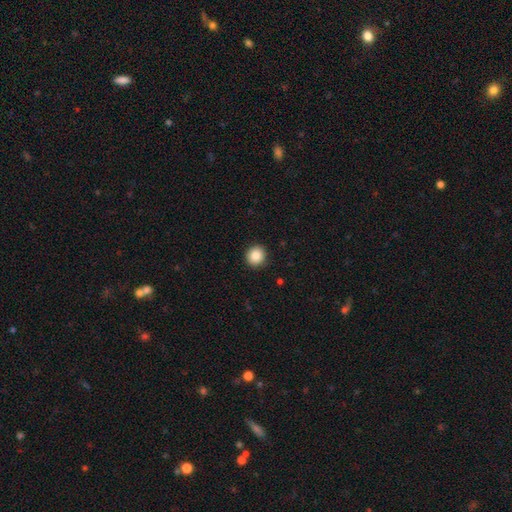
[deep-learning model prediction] Smooth or featured? Predicted: smooth (p=0.87). How rounded? Predicted: round (p=0.89). Merging? Predicted: none (p=0.92).